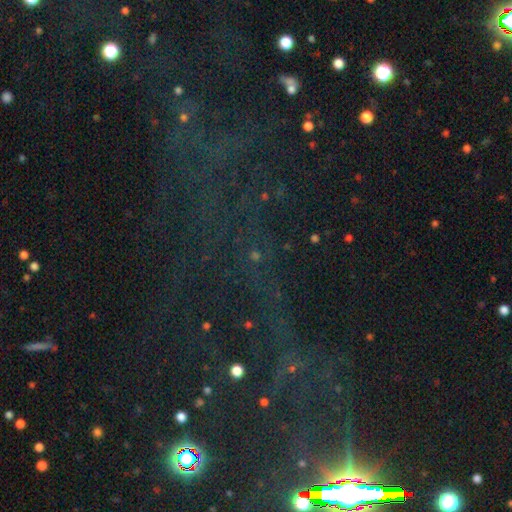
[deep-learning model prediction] Q: Smooth or featured?
A: star or artifact (75%); runner-up: smooth (15%)